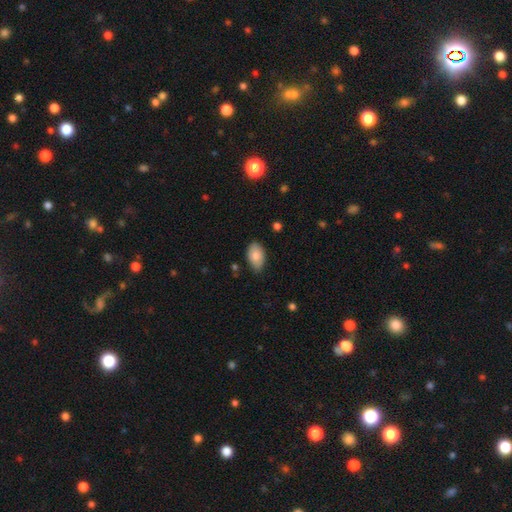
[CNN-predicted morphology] The model was most divided on "merging": none: 80%, minor disturbance: 17%, major disturbance: 2%, merger: 1%. More confident: how rounded — in between (93%); smooth or featured — smooth (82%).